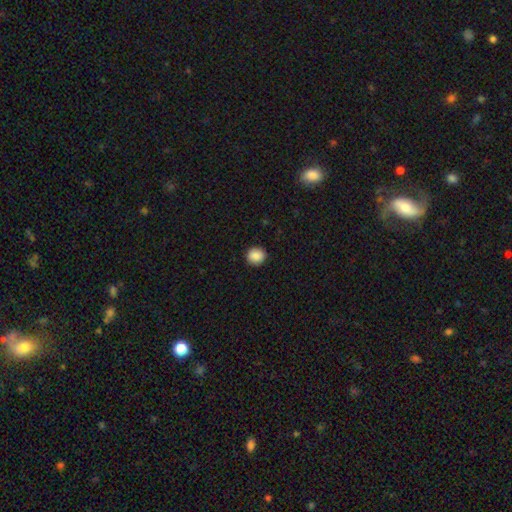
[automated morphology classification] A smooth galaxy with no disk features (88%) that is round (87%). Merging: none (91%).